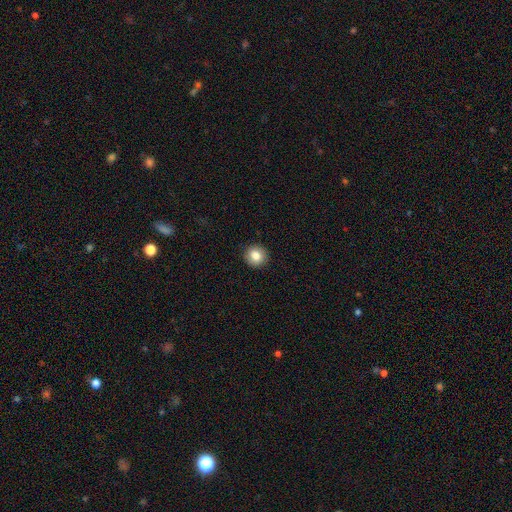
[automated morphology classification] type=smooth (83%); roundness=round (92%); merging=none (92%).